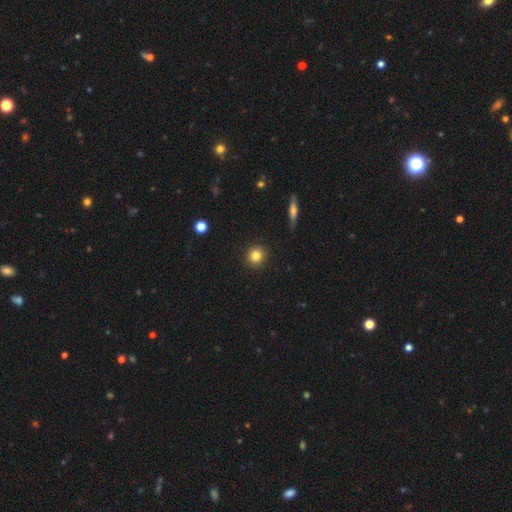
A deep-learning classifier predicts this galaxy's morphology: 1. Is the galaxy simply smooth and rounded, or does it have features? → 83% smooth, 10% star or artifact, 7% featured or disk.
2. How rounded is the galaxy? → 92% round, 7% in between, 1% cigar-shaped.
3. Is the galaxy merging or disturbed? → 92% none, 5% minor disturbance, 2% major disturbance, 1% merger.